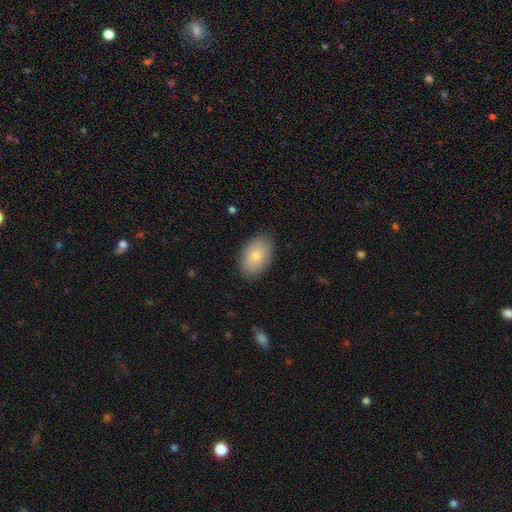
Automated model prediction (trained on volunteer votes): This appears to be a smooth galaxy with no disk features (80%) that is in between round and cigar-shaped (90%). Merging: none (86%).